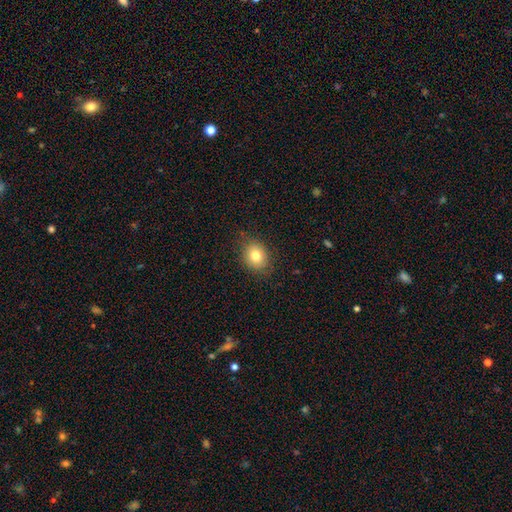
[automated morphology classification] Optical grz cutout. It shows a smooth galaxy with no disk features (80%) that is round (51%). Merging: none (83%).